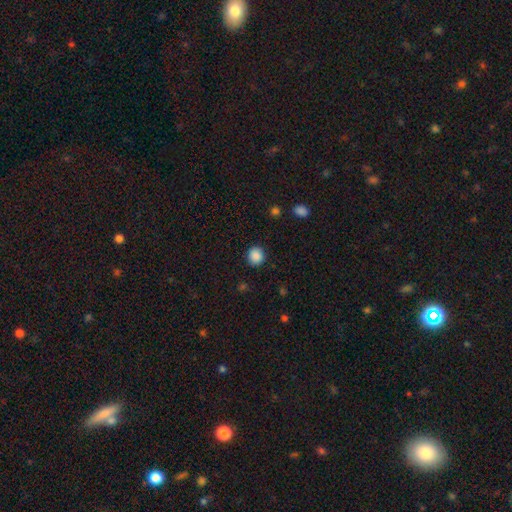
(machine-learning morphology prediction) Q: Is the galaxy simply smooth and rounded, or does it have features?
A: smooth — 88%.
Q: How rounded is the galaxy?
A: round — 90%.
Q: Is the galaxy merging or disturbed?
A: none — 90%.